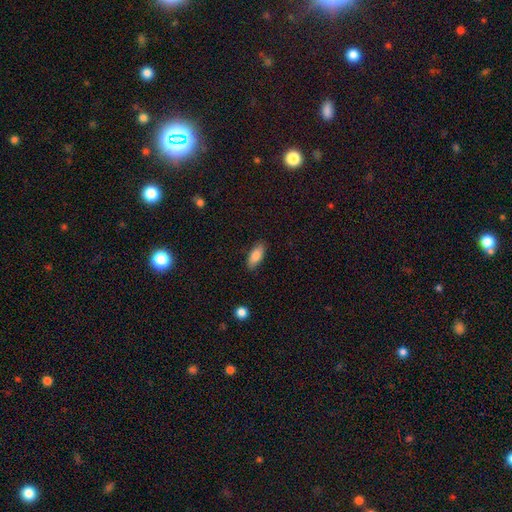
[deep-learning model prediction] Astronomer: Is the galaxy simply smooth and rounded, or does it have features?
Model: smooth — 86%.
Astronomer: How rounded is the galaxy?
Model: in between — 83%.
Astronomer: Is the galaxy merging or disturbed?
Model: none — 85%.